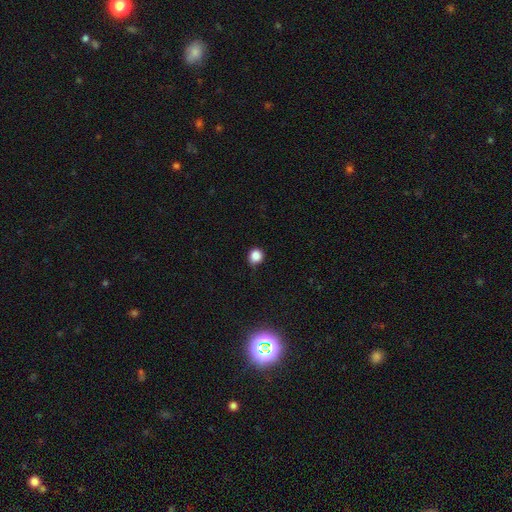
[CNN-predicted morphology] Smooth or featured? Predicted: smooth (p=0.85). How rounded? Predicted: round (p=0.84). Merging? Predicted: none (p=0.74).